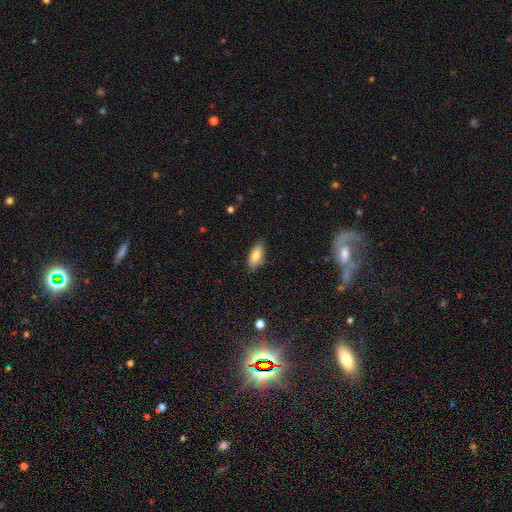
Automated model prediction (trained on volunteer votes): Overall: smooth (82%). How rounded: in between (85%). Merging: none (82%).